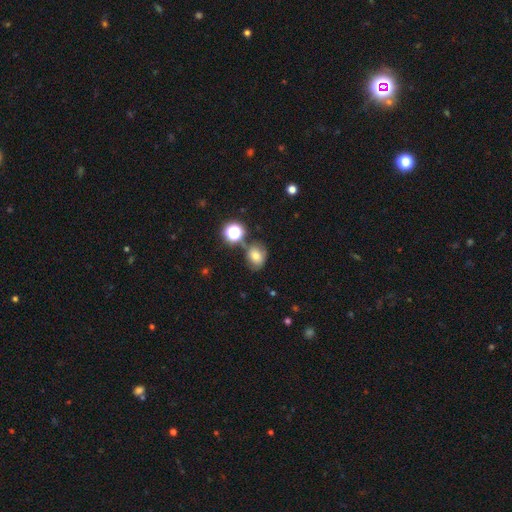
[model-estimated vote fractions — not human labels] Smooth or featured: smooth — 67% (star or artifact — 18%)
How rounded: round — 56% (in between — 43%)
Merging: none — 65% (minor disturbance — 18%)